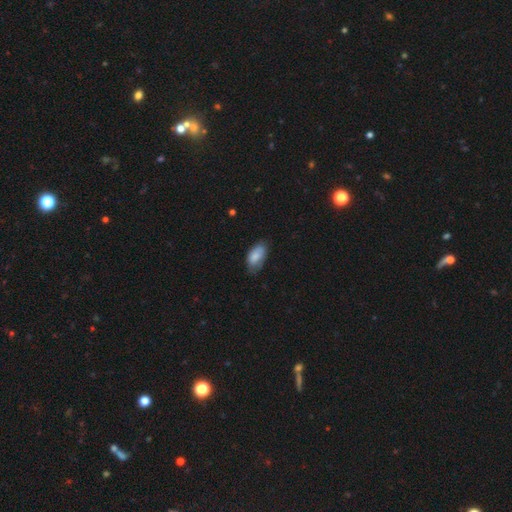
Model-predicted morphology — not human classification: smooth-or-featured: smooth: 82% | featured or disk: 11% | star or artifact: 7%
  how-rounded: in between: 93% | cigar-shaped: 4% | round: 3%
  merging: none: 60% | minor disturbance: 31% | major disturbance: 7% | merger: 1%